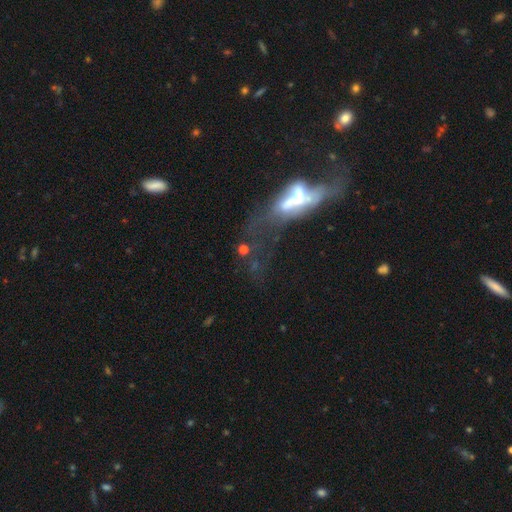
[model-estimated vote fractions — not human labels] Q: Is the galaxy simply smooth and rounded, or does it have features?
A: featured or disk — 63%.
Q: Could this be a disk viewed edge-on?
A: no — 80%.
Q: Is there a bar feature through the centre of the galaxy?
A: no — 56%.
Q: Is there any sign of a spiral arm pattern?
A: yes — 51%.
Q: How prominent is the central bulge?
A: moderate — 48%.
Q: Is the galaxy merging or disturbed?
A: merger — 45%.